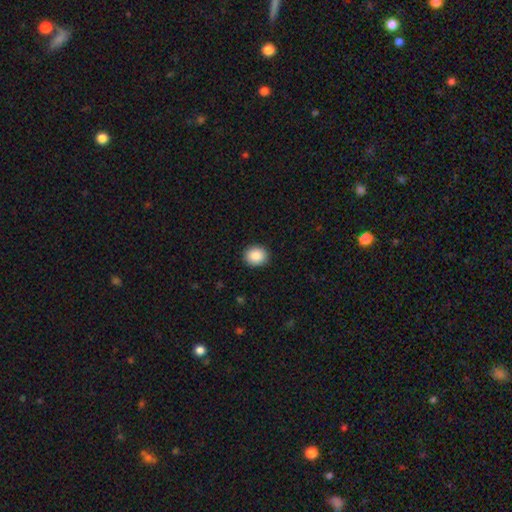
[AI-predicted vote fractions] smooth 89%, star or artifact 8%, featured or disk 3%. Down the decision tree: how rounded — round (70%); merging — none (91%).